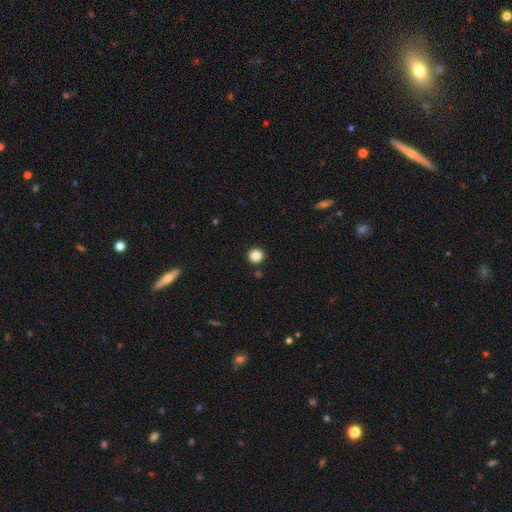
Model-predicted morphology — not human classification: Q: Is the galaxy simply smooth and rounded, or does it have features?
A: smooth — 87%.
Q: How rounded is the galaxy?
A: round — 95%.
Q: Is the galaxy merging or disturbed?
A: none — 91%.